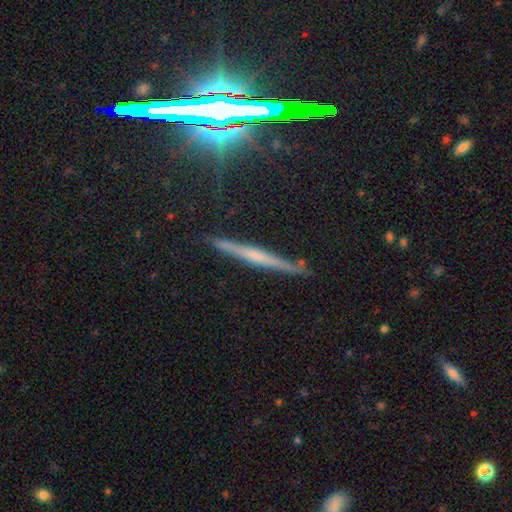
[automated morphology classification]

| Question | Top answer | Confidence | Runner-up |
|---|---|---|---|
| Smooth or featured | featured or disk | 57% | smooth (28%) |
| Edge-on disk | yes | 97% | no (3%) |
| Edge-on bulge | none | 49% | rounded (33%) |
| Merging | none | 86% | minor disturbance (10%) |